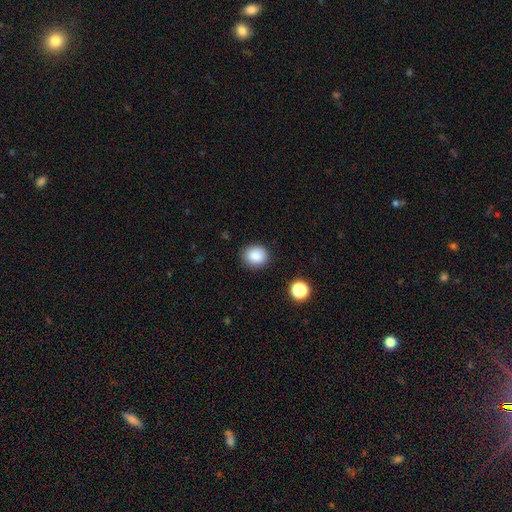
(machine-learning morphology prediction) Smooth or featured?
  - smooth: 86% *
  - star or artifact: 10%
  - featured or disk: 4%
How rounded?
  - round: 77% *
  - in between: 22%
  - cigar-shaped: 1%
Merging?
  - none: 87% *
  - minor disturbance: 9%
  - major disturbance: 2%
  - merger: 2%